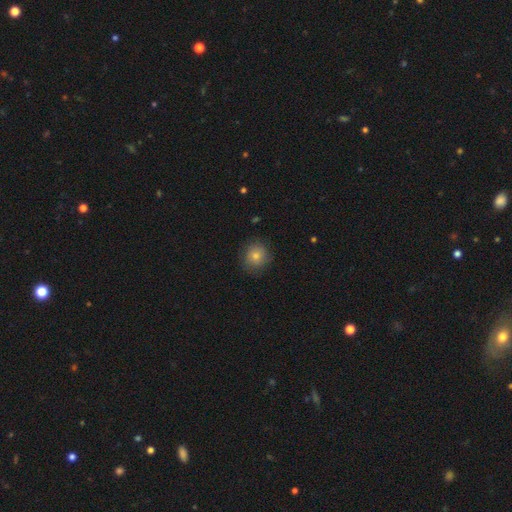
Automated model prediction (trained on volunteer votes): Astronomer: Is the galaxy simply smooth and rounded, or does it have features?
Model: smooth — 75%.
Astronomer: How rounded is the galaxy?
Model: round — 88%.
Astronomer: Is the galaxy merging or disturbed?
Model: none — 85%.